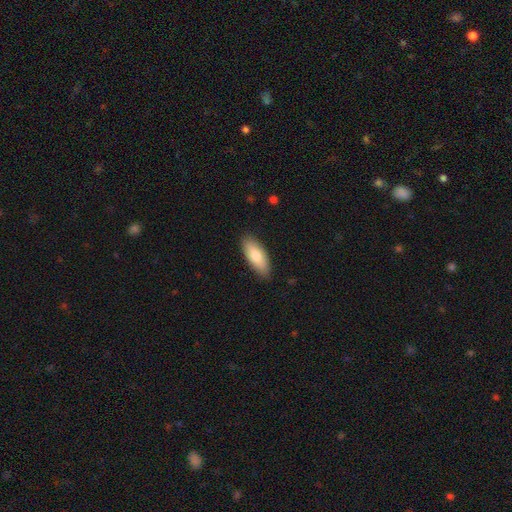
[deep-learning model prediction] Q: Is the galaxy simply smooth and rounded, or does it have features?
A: smooth — 78%.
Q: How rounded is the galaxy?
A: in between — 80%.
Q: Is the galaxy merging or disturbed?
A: none — 87%.